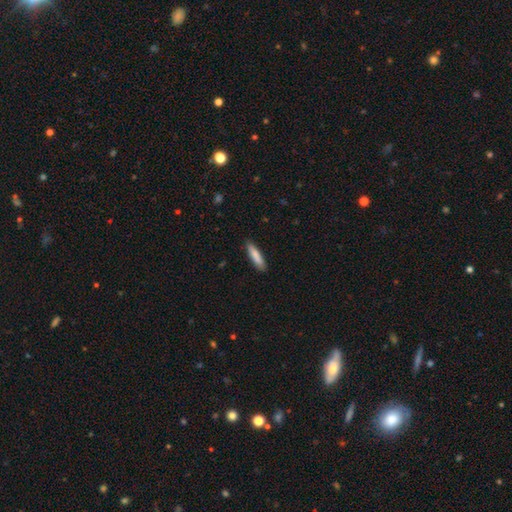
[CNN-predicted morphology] smooth 83%, featured or disk 11%, star or artifact 6%. Down the decision tree: how rounded — cigar-shaped (79%); merging — none (88%).